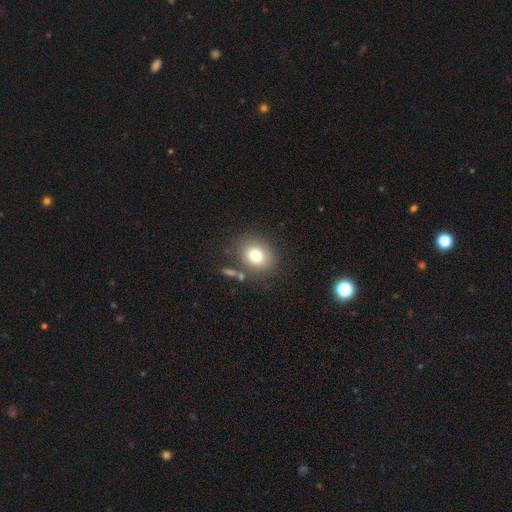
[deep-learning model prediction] A smooth galaxy with no disk features (77%) that is round (59%). Merging: none (77%).